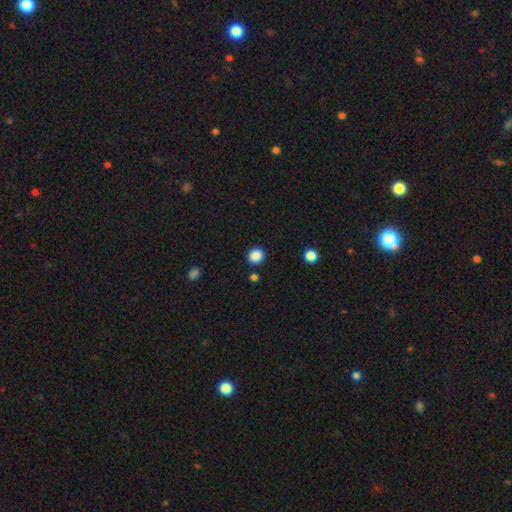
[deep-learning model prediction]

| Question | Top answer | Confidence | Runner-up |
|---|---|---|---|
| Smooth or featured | smooth | 87% | star or artifact (10%) |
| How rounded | round | 87% | in between (12%) |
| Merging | none | 88% | minor disturbance (7%) |